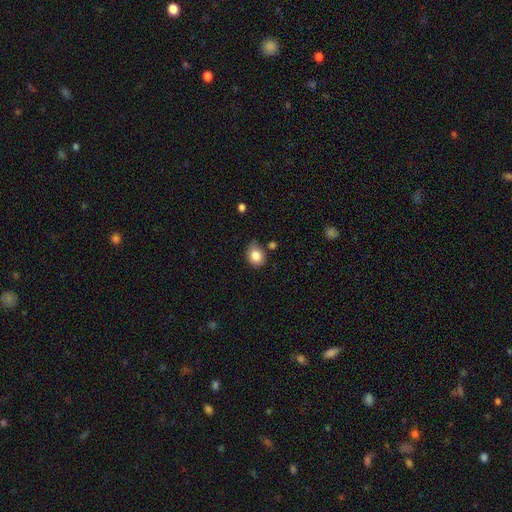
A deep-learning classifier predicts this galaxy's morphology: Q: Smooth or featured?
A: smooth (83%); runner-up: star or artifact (9%)
Q: How rounded?
A: round (57%); runner-up: in between (43%)
Q: Merging?
A: none (65%); runner-up: minor disturbance (25%)